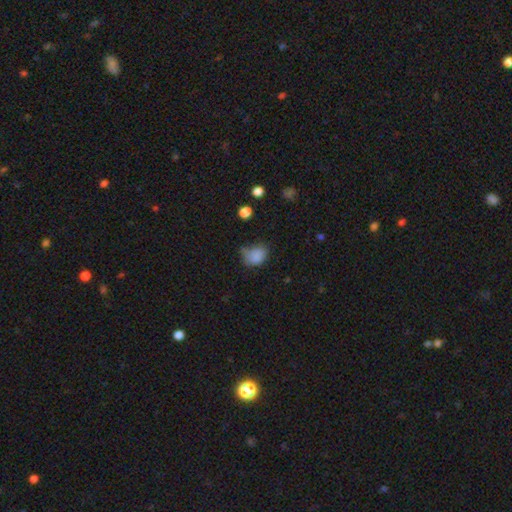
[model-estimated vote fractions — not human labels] A smooth galaxy with no disk features (80%) that is in between round and cigar-shaped (66%). Merging: none (38%).